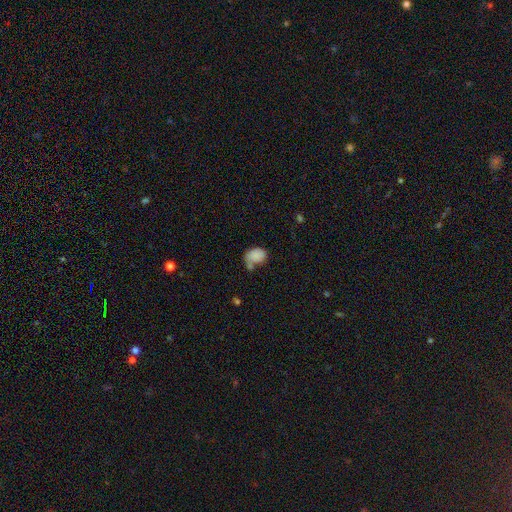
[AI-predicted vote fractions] Smooth or featured?
  - smooth: 82% *
  - featured or disk: 9%
  - star or artifact: 9%
How rounded?
  - in between: 72% *
  - round: 26%
  - cigar-shaped: 1%
Merging?
  - none: 41% *
  - minor disturbance: 24%
  - merger: 20%
  - major disturbance: 14%